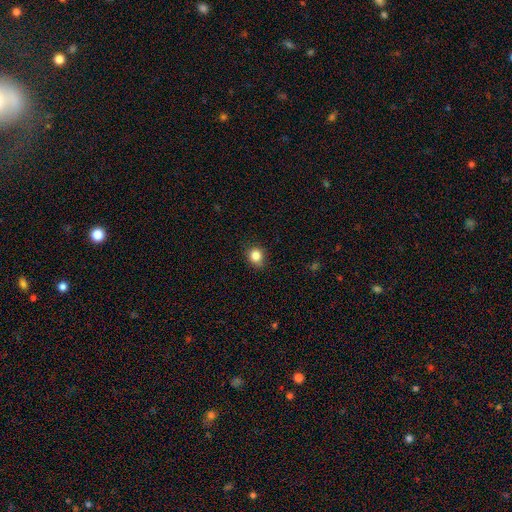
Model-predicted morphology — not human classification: A smooth galaxy with no disk features (84%) that is round (76%). Merging: none (82%).